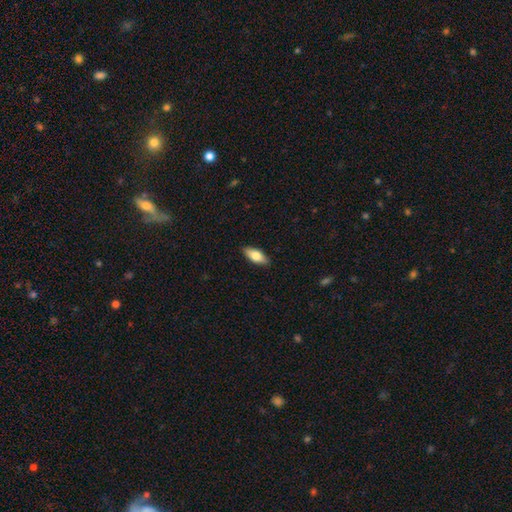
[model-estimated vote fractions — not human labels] The model was most divided on "smooth or featured": smooth: 76%, featured or disk: 18%, star or artifact: 6%. More confident: merging — none (89%); how rounded — in between (80%).